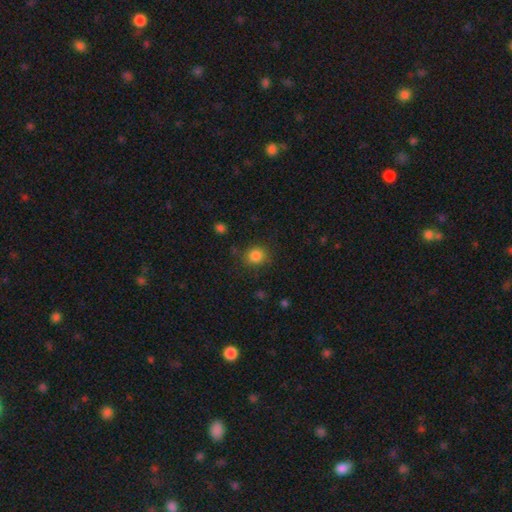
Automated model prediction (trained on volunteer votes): Smooth or featured? smooth (84%)
How rounded? round (82%)
Merging? none (82%)